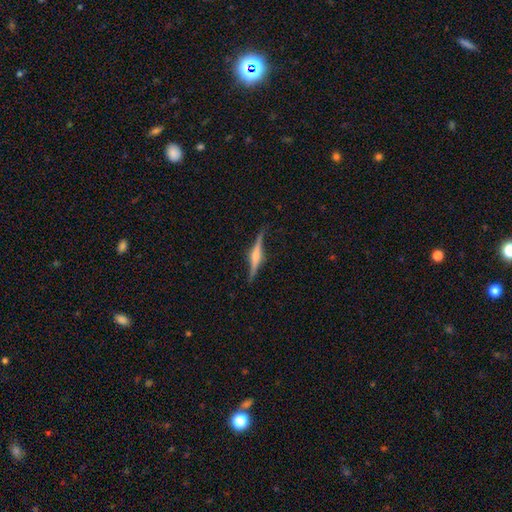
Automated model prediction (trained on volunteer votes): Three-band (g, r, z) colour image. It shows a featured or disk galaxy (78%) viewed edge-on (97%) with a rounded central bulge (77%). Merging: none (84%).